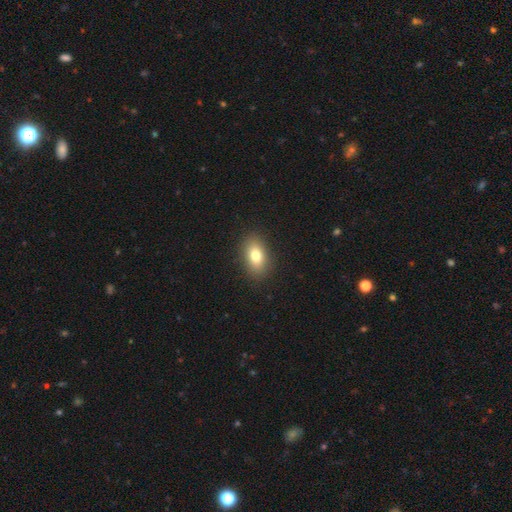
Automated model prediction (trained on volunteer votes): A smooth galaxy with no disk features (78%) that is in between round and cigar-shaped (85%).

Vote fractions:
- Smooth or featured? smooth: 78% / featured or disk: 12% / star or artifact: 10%
- How rounded? in between: 85% / round: 12% / cigar-shaped: 3%
- Merging? none: 88% / minor disturbance: 8% / major disturbance: 2% / merger: 1%